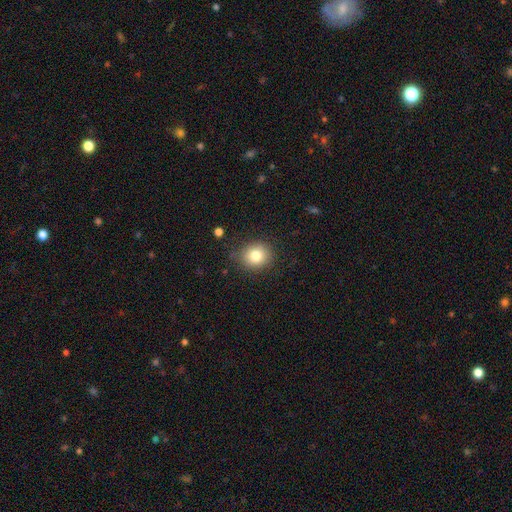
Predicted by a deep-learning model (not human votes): Q: Smooth or featured?
A: smooth (81%); runner-up: star or artifact (11%)
Q: How rounded?
A: round (76%); runner-up: in between (23%)
Q: Merging?
A: none (85%); runner-up: minor disturbance (10%)